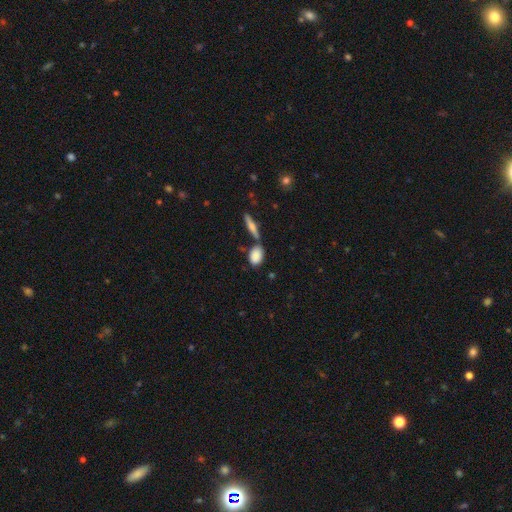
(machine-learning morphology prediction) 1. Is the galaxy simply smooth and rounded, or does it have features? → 85% smooth, 8% featured or disk, 7% star or artifact.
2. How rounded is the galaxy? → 80% in between, 15% round, 5% cigar-shaped.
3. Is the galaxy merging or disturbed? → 64% none, 16% merger, 16% minor disturbance, 4% major disturbance.